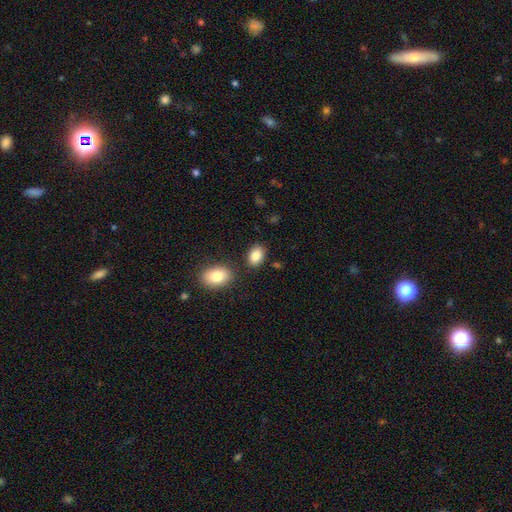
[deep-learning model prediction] Q: Smooth or featured?
A: smooth (85%); runner-up: star or artifact (8%)
Q: How rounded?
A: in between (84%); runner-up: round (15%)
Q: Merging?
A: none (80%); runner-up: minor disturbance (10%)